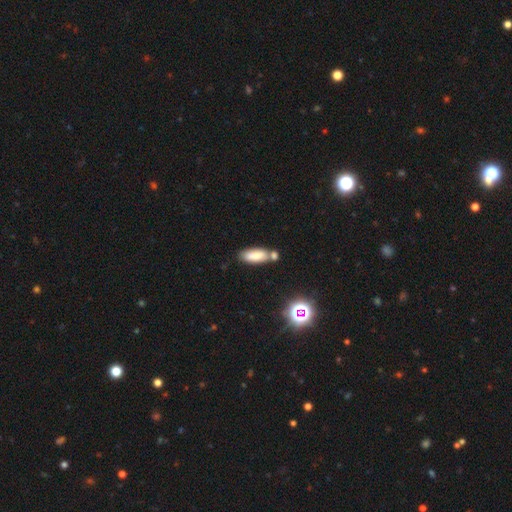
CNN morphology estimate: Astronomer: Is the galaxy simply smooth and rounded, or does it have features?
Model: smooth — 77%.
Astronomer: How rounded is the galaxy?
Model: in between — 68%.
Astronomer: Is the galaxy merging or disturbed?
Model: none — 53%.